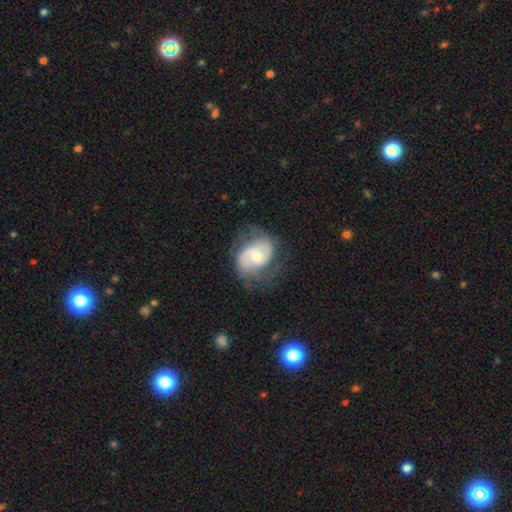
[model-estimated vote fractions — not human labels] The model was most divided on "bar": weak: 45%, no: 44%, strong: 11%. Remaining: edge-on disk — no (97%); spiral arms — yes (88%); spiral arm count — 2 (75%); smooth or featured — featured or disk (69%); merging — none (58%); bulge size — moderate (51%); spiral winding — medium (46%).